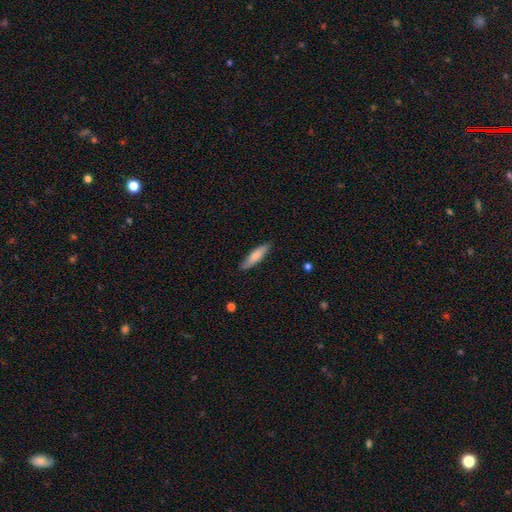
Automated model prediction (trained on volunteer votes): This appears to be a smooth galaxy with no disk features (75%) that is cigar-shaped (70%). Merging: none (86%).